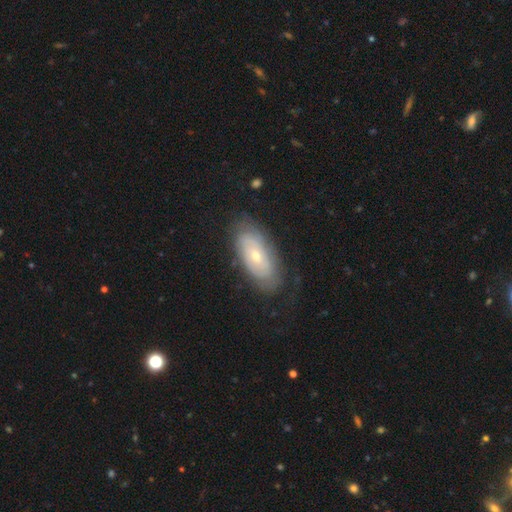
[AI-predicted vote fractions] Smooth or featured? featured or disk (62%)
Edge-on disk? no (88%)
Bar? no (75%)
Spiral arms? yes (68%)
Bulge size? small (55%)
Merging? none (75%)